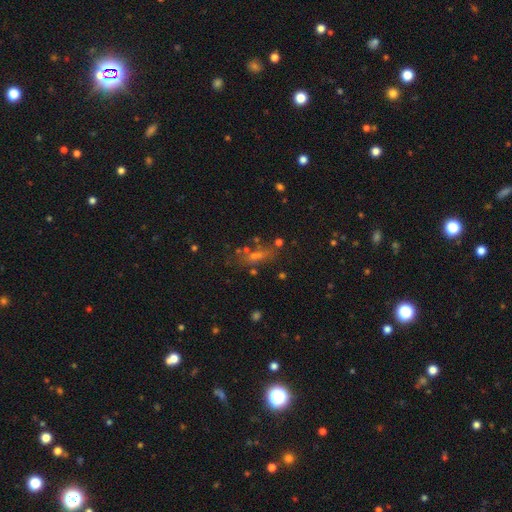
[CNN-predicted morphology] This appears to be a smooth galaxy with no disk features (43%). Merging: none (58%).